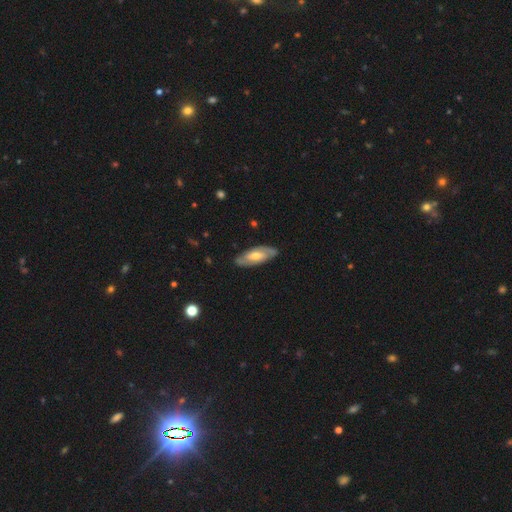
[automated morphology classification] A featured or disk galaxy (69%) with a weak bar (45%), spiral arms (80%) and a moderate central bulge (63%). Merging: none (85%).